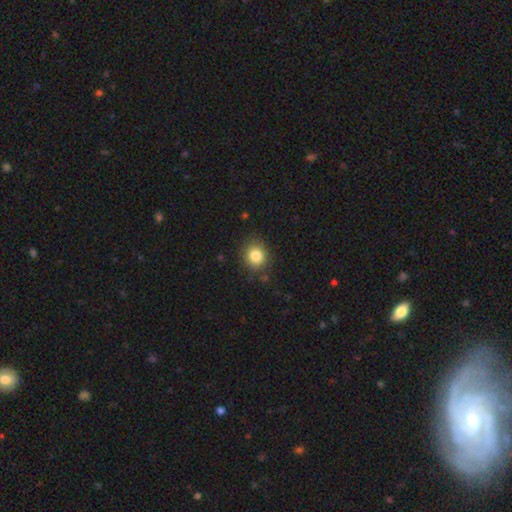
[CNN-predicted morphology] A smooth galaxy with no disk features (83%) that is round (77%).

Vote fractions:
- Smooth or featured? smooth: 83% / star or artifact: 11% / featured or disk: 7%
- How rounded? round: 77% / in between: 22% / cigar-shaped: 1%
- Merging? none: 86% / minor disturbance: 10% / major disturbance: 3% / merger: 2%